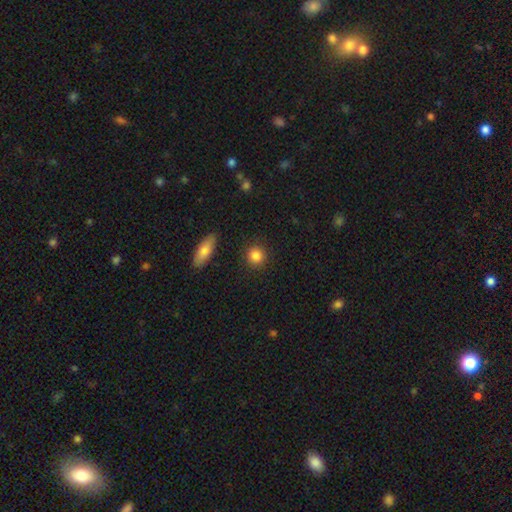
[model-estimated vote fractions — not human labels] The model was most divided on "how rounded": round: 88%, in between: 10%, cigar-shaped: 2%. More confident: merging — none (90%); smooth or featured — smooth (86%).